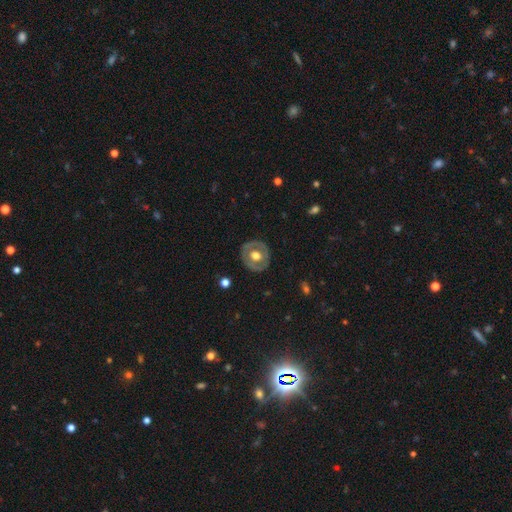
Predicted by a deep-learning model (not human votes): Overall: featured or disk (56%; smooth 38%). Edge-on disk: no (95%). Bar: no (75%). Spiral arms: no (80%). Bulge size: moderate (60%; large 34%). Merging: none (84%).